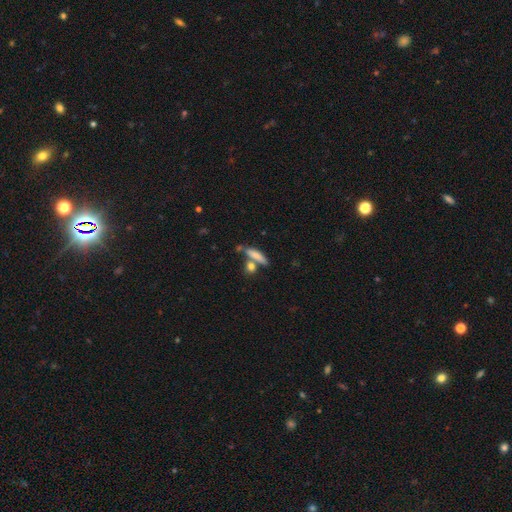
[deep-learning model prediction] Smooth or featured? smooth (76%)
How rounded? cigar-shaped (64%)
Merging? none (60%)